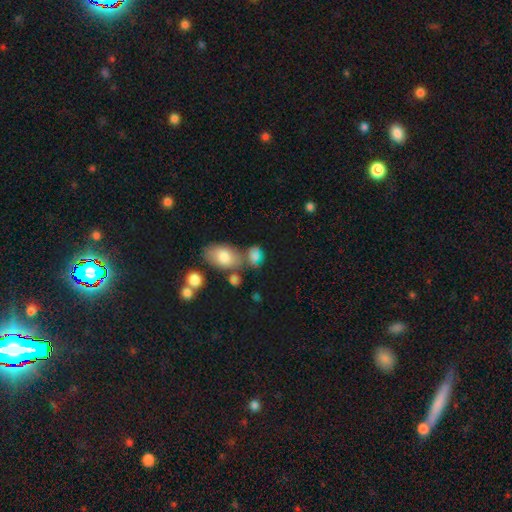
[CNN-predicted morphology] Smooth or featured? Predicted: smooth (p=0.67). How rounded? Predicted: in between (p=0.72). Merging? Predicted: none (p=0.46).